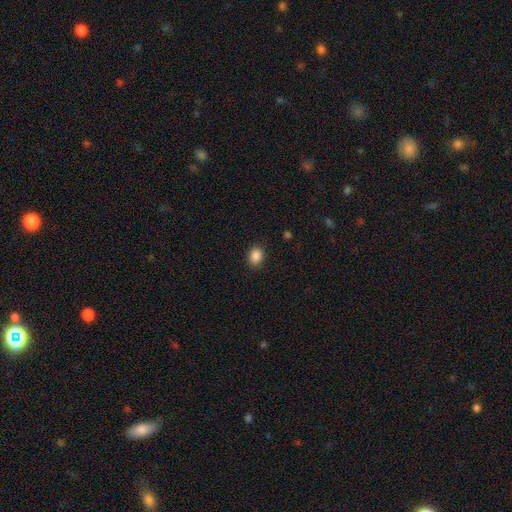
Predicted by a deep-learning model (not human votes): This appears to be a smooth galaxy with no disk features (88%) that is in between round and cigar-shaped (57%). Merging: none (88%).